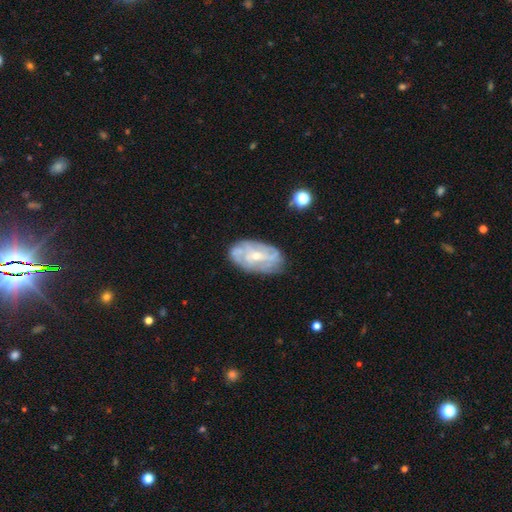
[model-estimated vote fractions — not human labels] smooth-or-featured: featured or disk: 73% | smooth: 20% | star or artifact: 7%
  disk-edge-on: no: 95% | yes: 5%
    bar: no: 54% | weak: 36% | strong: 9%
    has-spiral-arms: yes: 74% | no: 26%
      spiral-winding: tight: 50% | medium: 34% | loose: 16%
      spiral-arm-count: can't tell: 52% | 2: 18% | 3: 12% | 4: 10% | more than 4: 4% | 1: 4%
    bulge-size: small: 60% | moderate: 36% | none: 2% | large: 1% | dominant: 1%
  merging: none: 71% | minor disturbance: 20% | major disturbance: 6% | merger: 2%